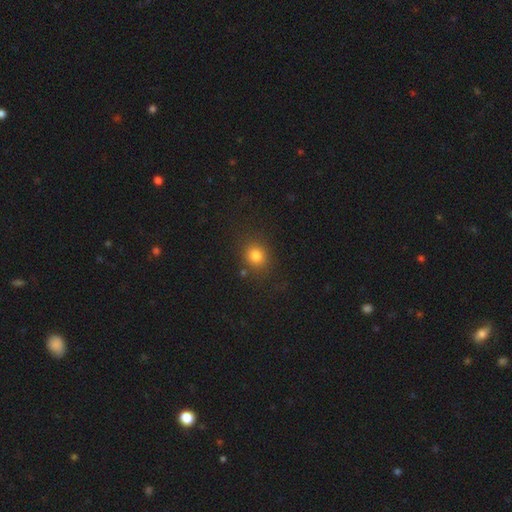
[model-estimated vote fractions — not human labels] This appears to be a smooth galaxy with no disk features (81%) that is round (74%). Merging: none (81%).